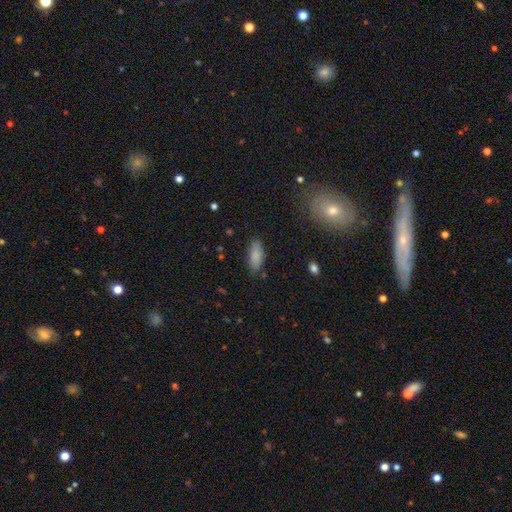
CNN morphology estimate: Q: Smooth or featured?
A: smooth (84%); runner-up: featured or disk (9%)
Q: How rounded?
A: in between (81%); runner-up: cigar-shaped (17%)
Q: Merging?
A: none (83%); runner-up: minor disturbance (13%)